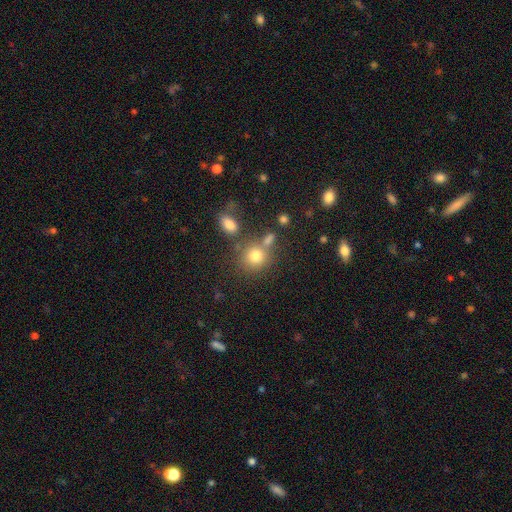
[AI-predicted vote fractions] This is likely a smooth galaxy (77%). How rounded: clearly round (82%). Merging: likely none (61%).